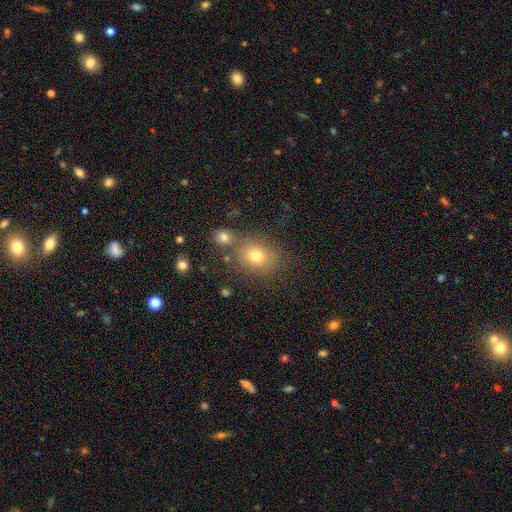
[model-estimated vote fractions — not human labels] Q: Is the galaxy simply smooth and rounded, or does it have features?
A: smooth — 73%.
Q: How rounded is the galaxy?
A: round — 59%.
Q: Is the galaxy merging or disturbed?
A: none — 70%.